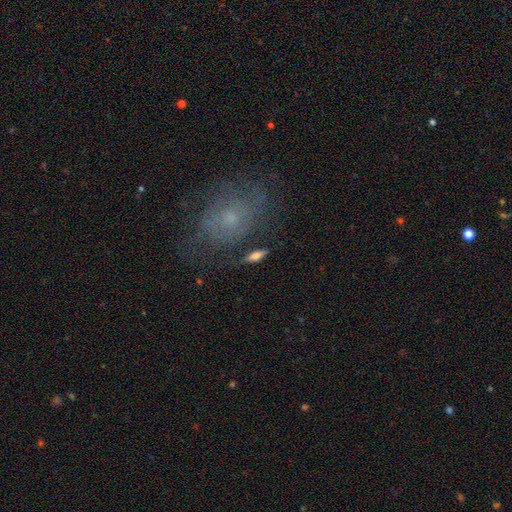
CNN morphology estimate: Overall: smooth (58%; featured or disk 33%). How rounded: in between (50%; cigar-shaped 44%). Merging: none (81%).